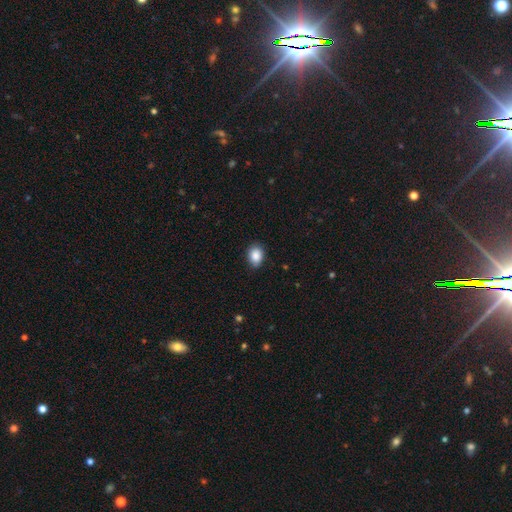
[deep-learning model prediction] Morphology: type=smooth (87%); roundness=in between (70%); merging=none (80%).